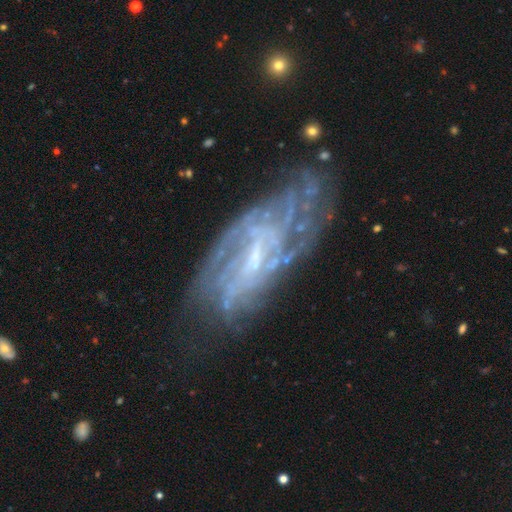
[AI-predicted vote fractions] This is clearly a featured or disk galaxy (84%). It is clearly not viewed edge-on (92%). Bar: possibly weak (49%). Spiral arm pattern: clearly yes (91%). Spiral arm count: possibly can't tell (49%). Spiral winding: possibly tight (58%). Central bulge: possibly small (52%). Merging: likely none (62%).